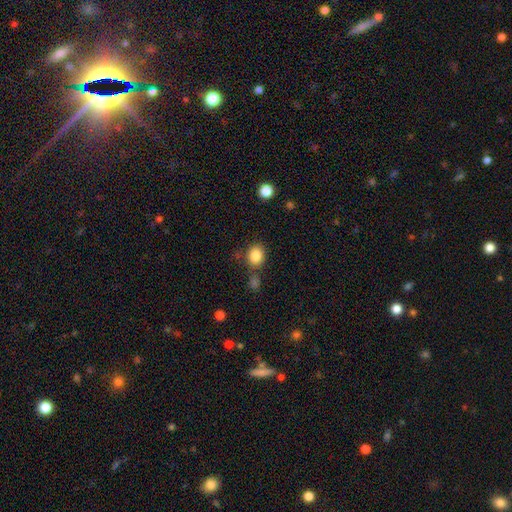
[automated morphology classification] Smooth or featured: smooth — 85% (star or artifact — 10%)
How rounded: round — 57% (in between — 42%)
Merging: none — 71% (minor disturbance — 13%)